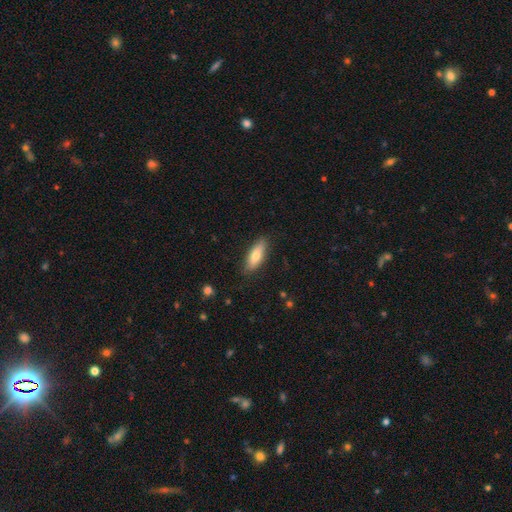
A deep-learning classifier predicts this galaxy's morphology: This appears to be a smooth galaxy with no disk features (74%) that is in between round and cigar-shaped (64%). Merging: none (85%).